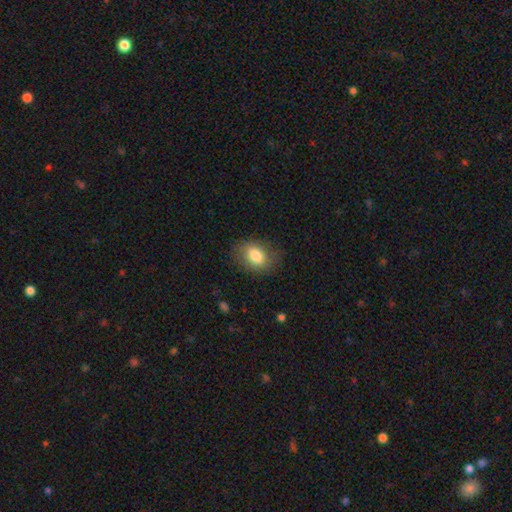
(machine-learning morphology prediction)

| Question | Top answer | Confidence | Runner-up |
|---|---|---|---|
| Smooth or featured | smooth | 81% | featured or disk (11%) |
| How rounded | in between | 71% | round (28%) |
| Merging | none | 78% | minor disturbance (16%) |